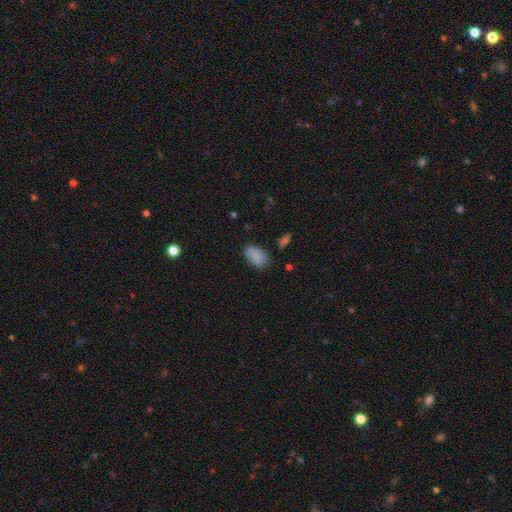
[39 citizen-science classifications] Overall: smooth (82%). How rounded: in between (97%). Merging: none (86%).